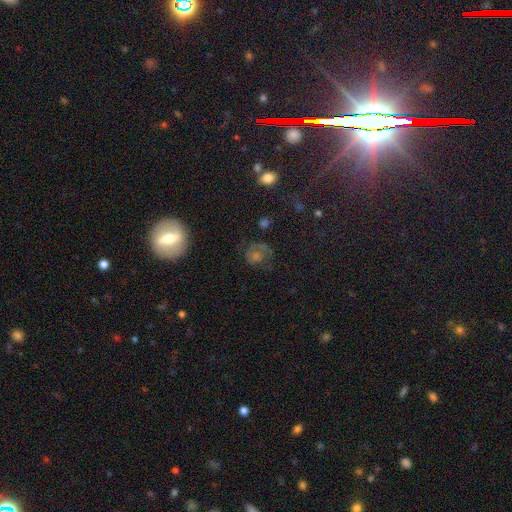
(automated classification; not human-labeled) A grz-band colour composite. It shows a smooth galaxy with no disk features (38%). Merging: none (66%).